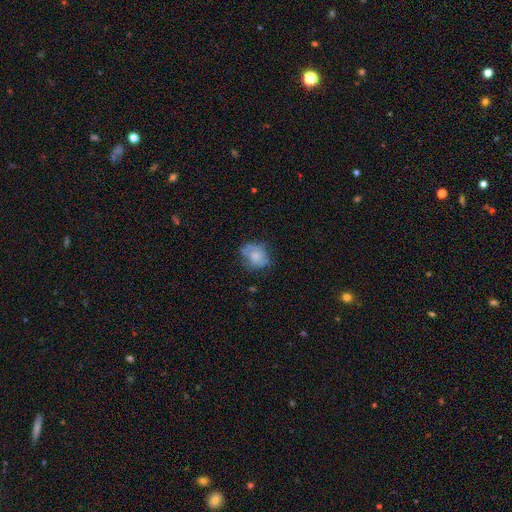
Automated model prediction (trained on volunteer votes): smooth-or-featured: smooth: 60% | featured or disk: 31% | star or artifact: 9%
  how-rounded: in between: 57% | round: 42% | cigar-shaped: 1%
  merging: none: 55% | minor disturbance: 29% | major disturbance: 14% | merger: 2%